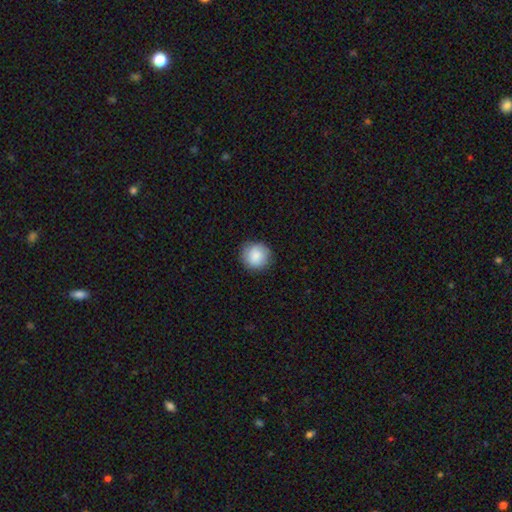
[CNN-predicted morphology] type=smooth (86%); roundness=round (93%); merging=none (88%).